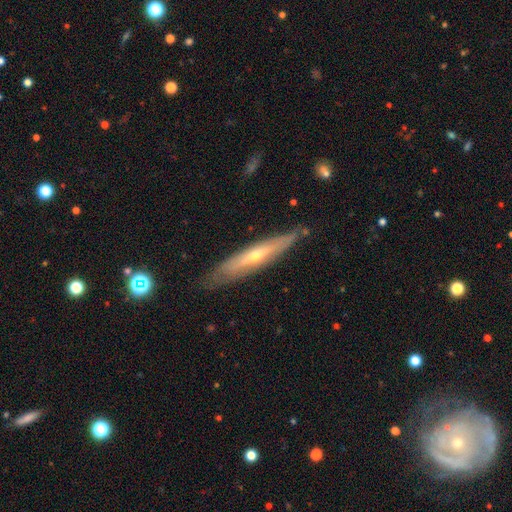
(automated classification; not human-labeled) smooth-or-featured: featured or disk: 64% | smooth: 31% | star or artifact: 6%
  disk-edge-on: yes: 79% | no: 21%
    edge-on-bulge: rounded: 78% | none: 19% | boxy: 3%
  merging: none: 79% | minor disturbance: 15% | major disturbance: 3% | merger: 2%